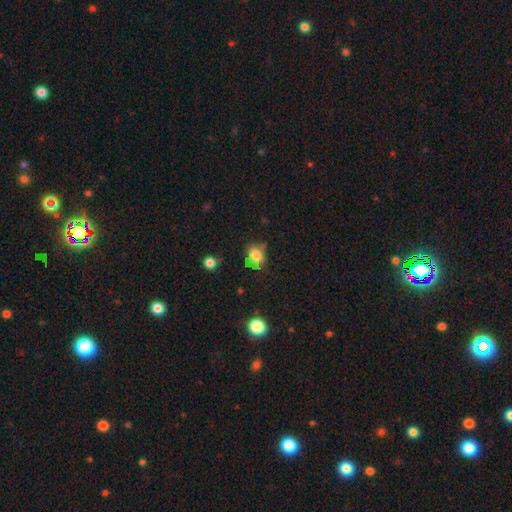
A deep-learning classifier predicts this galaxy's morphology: This appears to be a smooth galaxy with no disk features (78%) that is round (53%). Merging: none (62%).